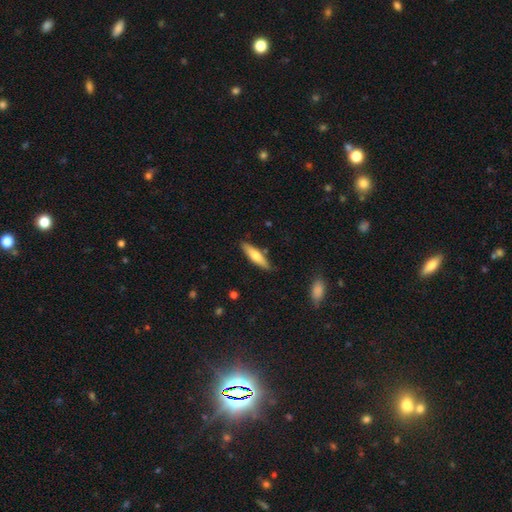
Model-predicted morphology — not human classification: Smooth or featured? smooth (64%)
How rounded? cigar-shaped (73%)
Merging? none (84%)